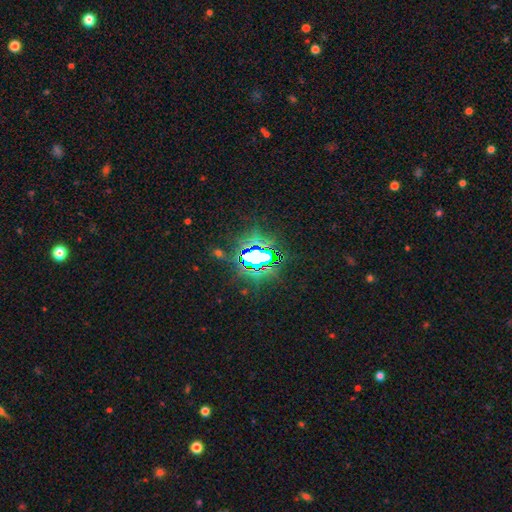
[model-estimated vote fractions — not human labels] star or artifact 79%, smooth 11%, featured or disk 10%.